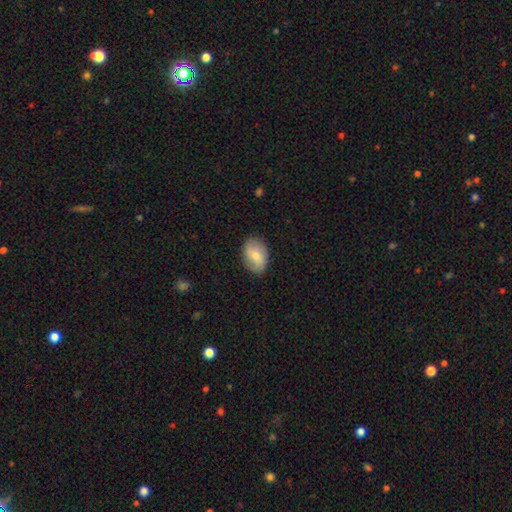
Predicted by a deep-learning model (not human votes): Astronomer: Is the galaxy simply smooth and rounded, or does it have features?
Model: smooth — 64%.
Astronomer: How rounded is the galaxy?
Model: in between — 80%.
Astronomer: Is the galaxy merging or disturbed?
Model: none — 81%.